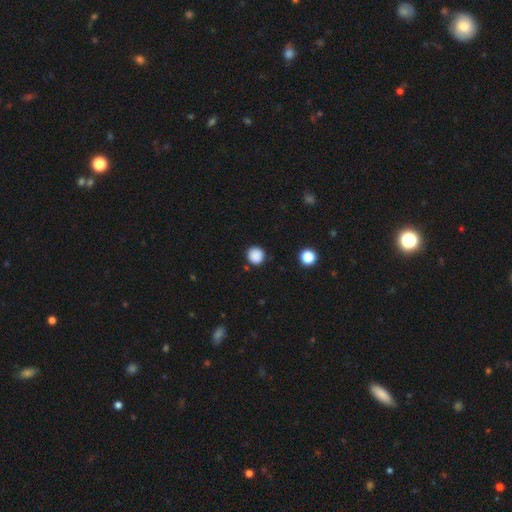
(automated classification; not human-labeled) Smooth or featured: smooth — 87% (star or artifact — 10%)
How rounded: round — 94% (in between — 5%)
Merging: none — 89% (minor disturbance — 7%)